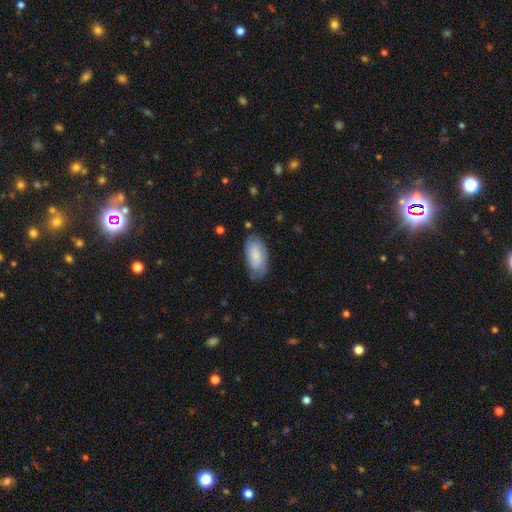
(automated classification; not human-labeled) smooth 66%, featured or disk 28%, star or artifact 7%. Down the decision tree: how rounded — in between (92%); merging — none (68%).